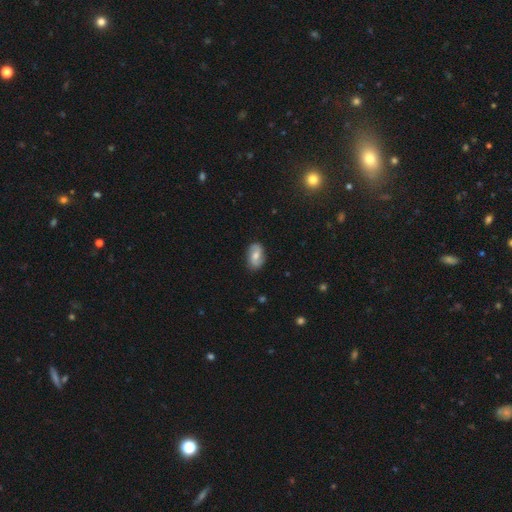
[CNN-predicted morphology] smooth-or-featured: featured or disk: 53% | smooth: 40% | star or artifact: 7%
  disk-edge-on: no: 95% | yes: 5%
    bar: no: 50% | weak: 39% | strong: 10%
    has-spiral-arms: yes: 85% | no: 15%
    bulge-size: moderate: 69% | small: 22% | large: 6% | none: 2% | dominant: 1%
  merging: none: 82% | minor disturbance: 14% | major disturbance: 3% | merger: 1%